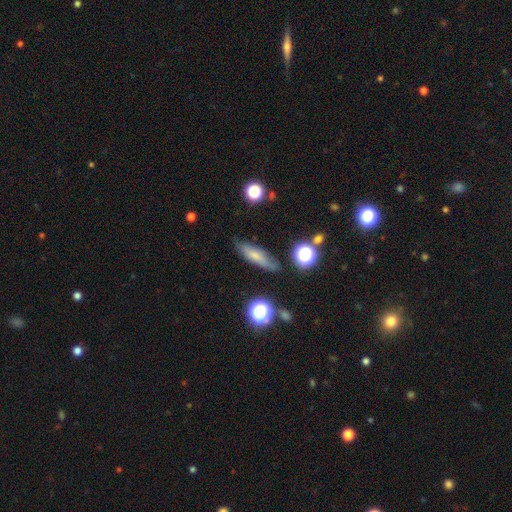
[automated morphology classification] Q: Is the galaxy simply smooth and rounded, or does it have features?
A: smooth — 64%.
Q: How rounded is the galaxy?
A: cigar-shaped — 63%.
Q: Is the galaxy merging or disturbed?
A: none — 77%.